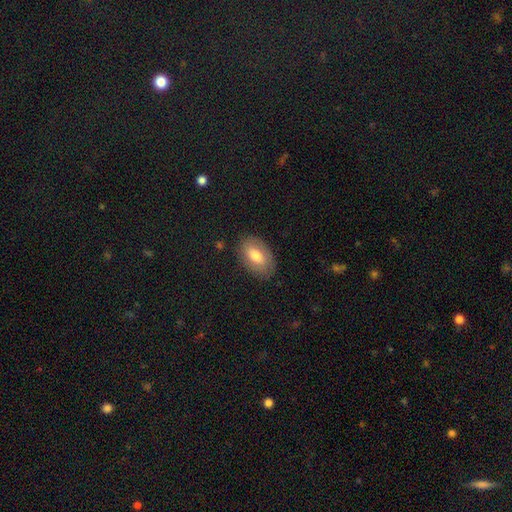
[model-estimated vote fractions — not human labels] Smooth or featured?
  - smooth: 72% *
  - featured or disk: 21%
  - star or artifact: 7%
How rounded?
  - in between: 92% *
  - round: 7%
  - cigar-shaped: 2%
Merging?
  - none: 82% *
  - minor disturbance: 13%
  - major disturbance: 4%
  - merger: 1%